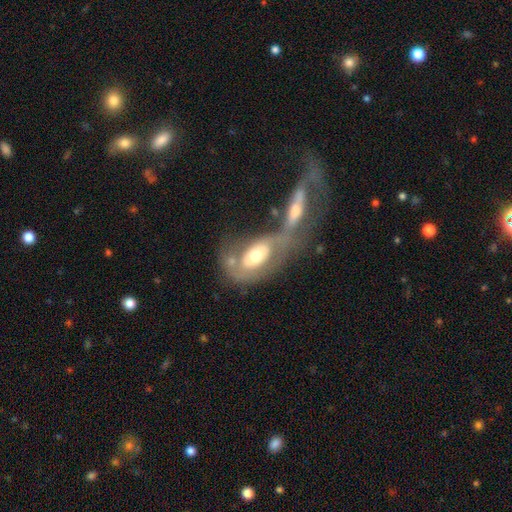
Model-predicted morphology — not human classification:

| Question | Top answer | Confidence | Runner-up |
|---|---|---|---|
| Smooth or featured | featured or disk | 53% | smooth (41%) |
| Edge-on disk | no | 87% | yes (13%) |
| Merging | merger | 51% | none (24%) |